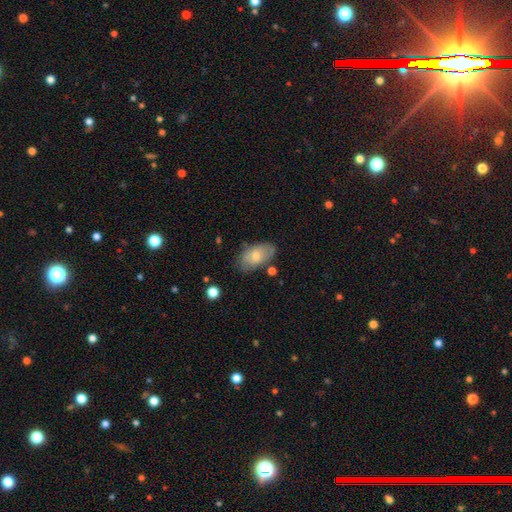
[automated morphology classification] smooth-or-featured: smooth: 59% | featured or disk: 33% | star or artifact: 8%
  how-rounded: in between: 92% | round: 5% | cigar-shaped: 2%
  merging: none: 72% | minor disturbance: 21% | major disturbance: 5% | merger: 3%